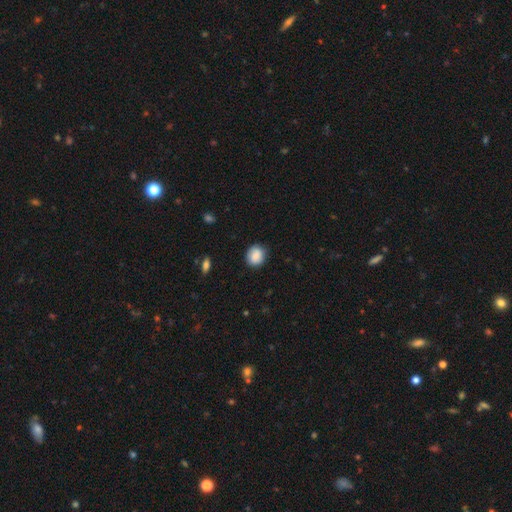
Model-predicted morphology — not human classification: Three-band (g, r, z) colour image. It shows a smooth galaxy with no disk features (87%) that is round (72%). Merging: none (84%).